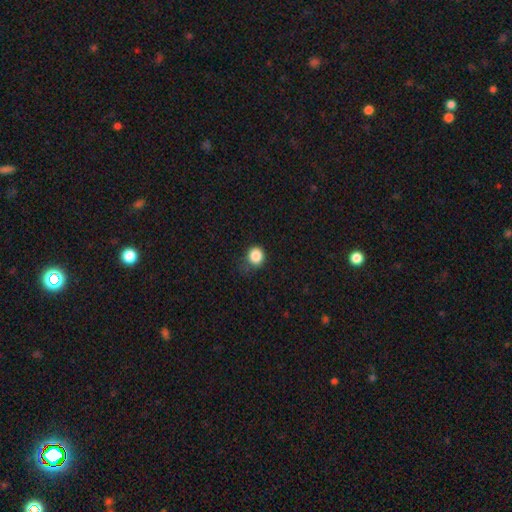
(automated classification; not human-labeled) smooth-or-featured: smooth: 86% | star or artifact: 11% | featured or disk: 4%
  how-rounded: round: 80% | in between: 19% | cigar-shaped: 1%
  merging: none: 66% | minor disturbance: 25% | major disturbance: 7% | merger: 2%